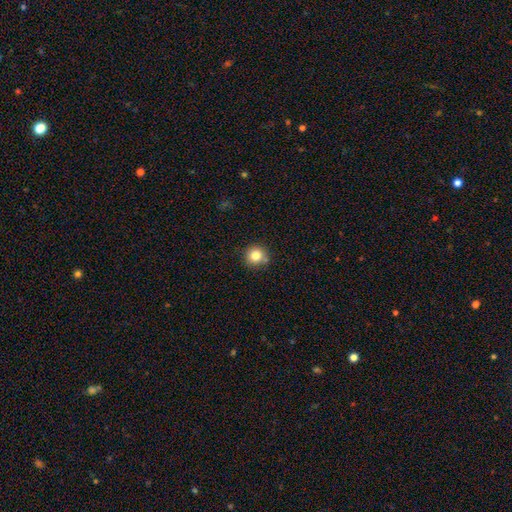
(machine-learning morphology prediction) Q: Smooth or featured?
A: smooth (82%); runner-up: star or artifact (11%)
Q: How rounded?
A: round (92%); runner-up: in between (7%)
Q: Merging?
A: none (82%); runner-up: minor disturbance (11%)